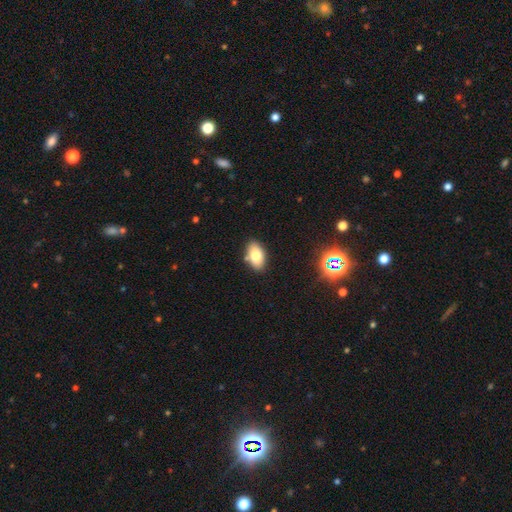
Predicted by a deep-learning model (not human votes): smooth 77%, featured or disk 13%, star or artifact 10%. Down the decision tree: how rounded — in between (91%); merging — none (83%).